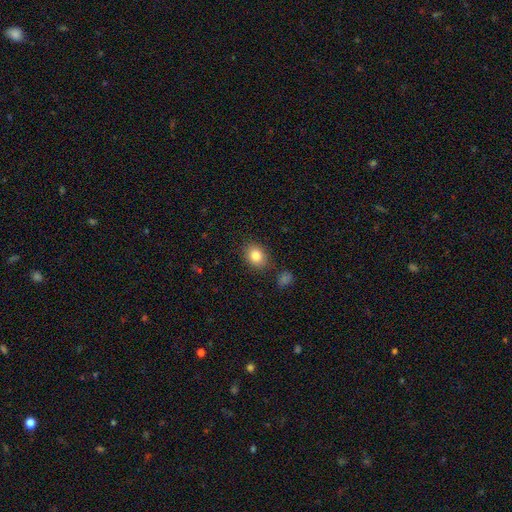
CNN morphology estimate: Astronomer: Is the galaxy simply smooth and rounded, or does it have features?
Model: smooth — 83%.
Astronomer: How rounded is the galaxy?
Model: in between — 53% (runner-up: round, 46%).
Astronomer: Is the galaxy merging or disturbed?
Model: none — 85%.